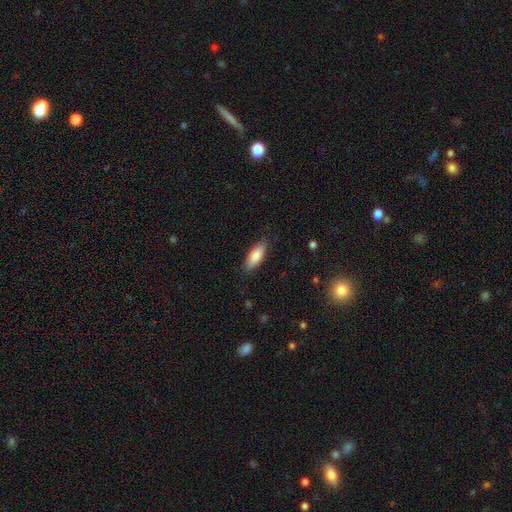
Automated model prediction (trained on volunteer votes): Overall: smooth (83%). How rounded: in between (76%). Merging: none (85%).